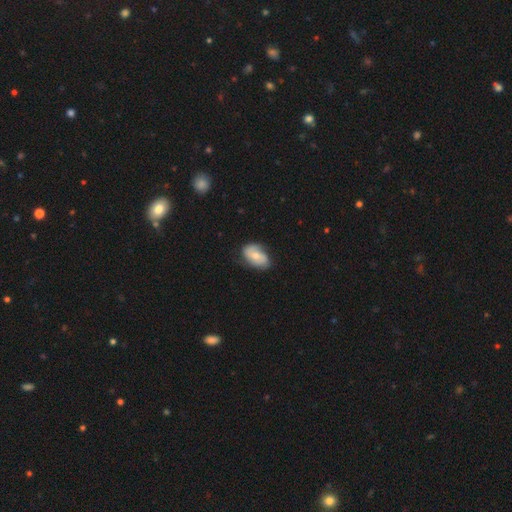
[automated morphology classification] smooth 48%, featured or disk 46%, star or artifact 7%. Down the decision tree: merging — none (71%).